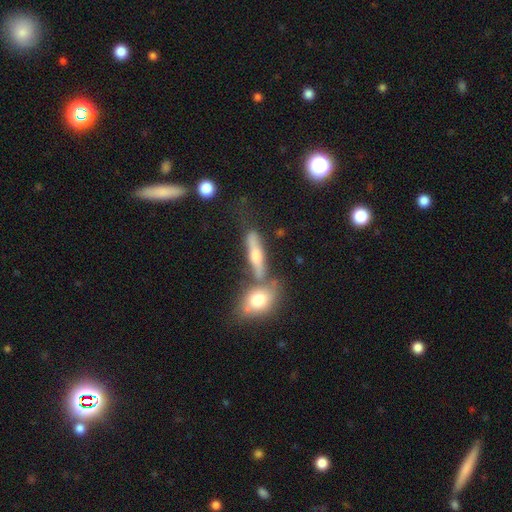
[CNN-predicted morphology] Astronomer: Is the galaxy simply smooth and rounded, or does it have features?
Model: smooth — 46% (runner-up: featured or disk, 39%).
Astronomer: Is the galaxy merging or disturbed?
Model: none — 42% (runner-up: merger, 40%).